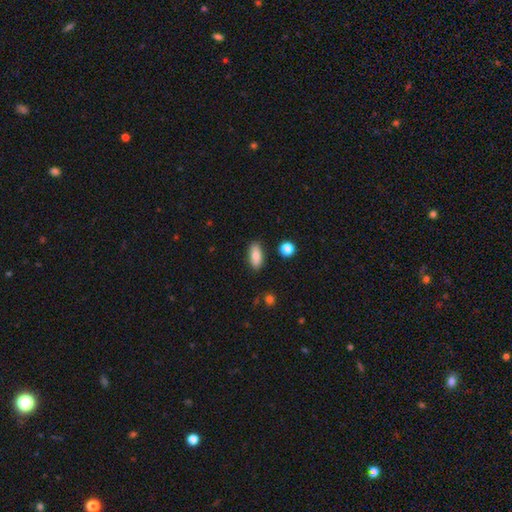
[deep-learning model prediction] A smooth galaxy with no disk features (78%) that is in between round and cigar-shaped (81%). Merging: none (86%).